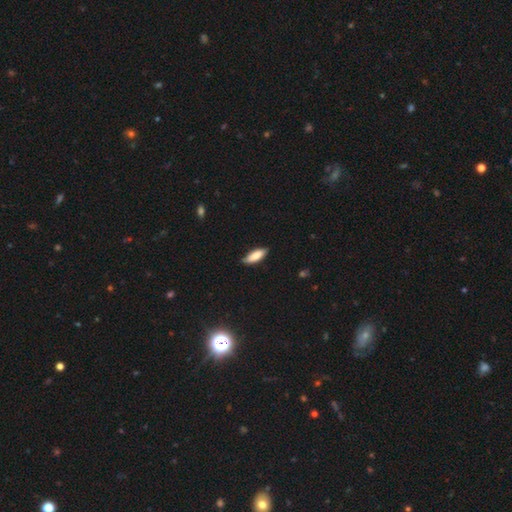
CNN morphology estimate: Smooth or featured?
  - smooth: 83% *
  - featured or disk: 11%
  - star or artifact: 6%
How rounded?
  - in between: 64% *
  - cigar-shaped: 34%
  - round: 2%
Merging?
  - none: 80% *
  - minor disturbance: 17%
  - major disturbance: 2%
  - merger: 1%